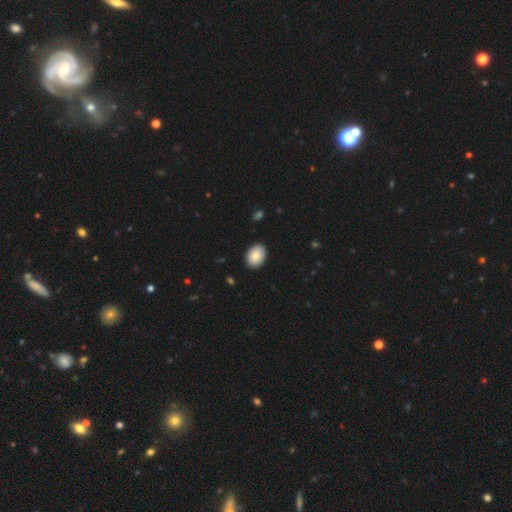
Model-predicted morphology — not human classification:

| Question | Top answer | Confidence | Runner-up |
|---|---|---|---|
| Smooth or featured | smooth | 87% | star or artifact (7%) |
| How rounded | in between | 77% | round (22%) |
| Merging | none | 90% | minor disturbance (7%) |